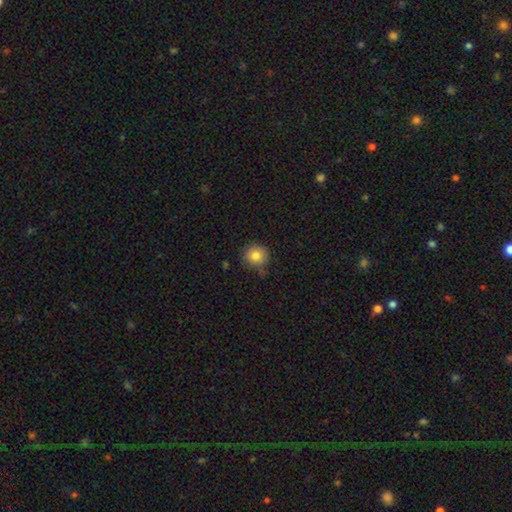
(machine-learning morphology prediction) type=smooth (82%); roundness=round (92%); merging=none (78%).